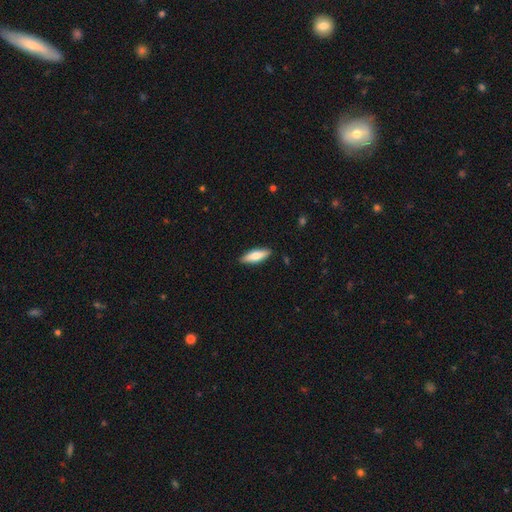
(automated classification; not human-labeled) This appears to be a smooth galaxy with no disk features (71%) that is in between round and cigar-shaped (54%). Merging: none (88%).